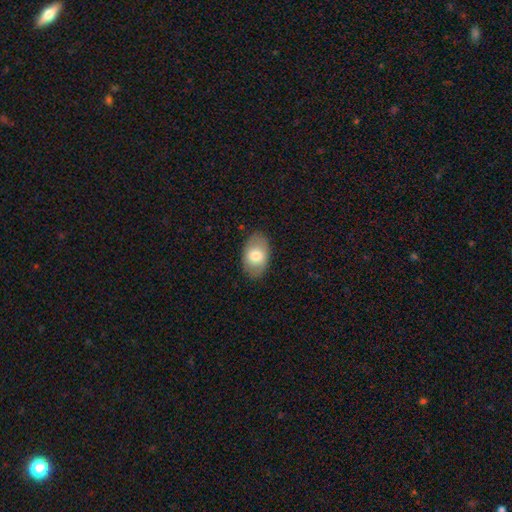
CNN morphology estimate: A smooth galaxy with no disk features (73%) that is in between round and cigar-shaped (89%).

Vote fractions:
- Smooth or featured? smooth: 73% / featured or disk: 21% / star or artifact: 6%
- How rounded? in between: 89% / round: 9% / cigar-shaped: 1%
- Merging? none: 84% / minor disturbance: 12% / major disturbance: 3% / merger: 1%